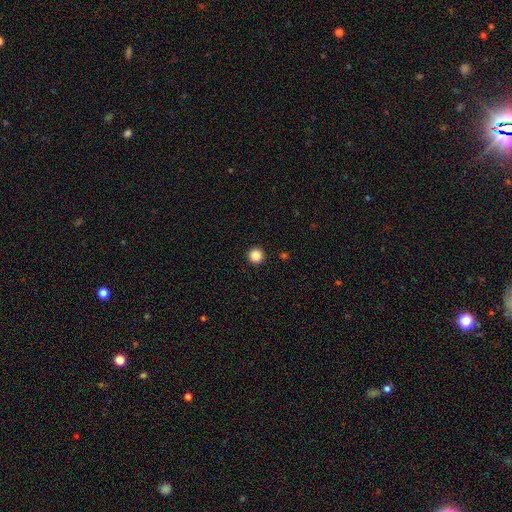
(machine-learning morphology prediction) A smooth galaxy with no disk features (86%) that is round (96%).

Vote fractions:
- Smooth or featured? smooth: 86% / star or artifact: 11% / featured or disk: 4%
- How rounded? round: 96% / in between: 3% / cigar-shaped: 1%
- Merging? none: 94% / minor disturbance: 4% / major disturbance: 1% / merger: 1%